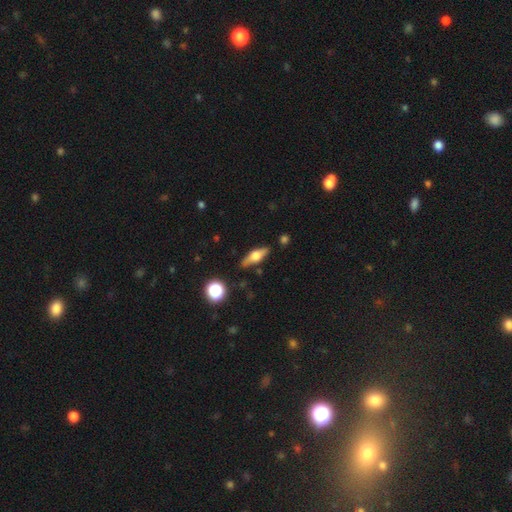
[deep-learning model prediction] Smooth or featured? Predicted: featured or disk (p=0.52). Edge-on disk? Predicted: yes (p=0.89). Merging? Predicted: none (p=0.83).